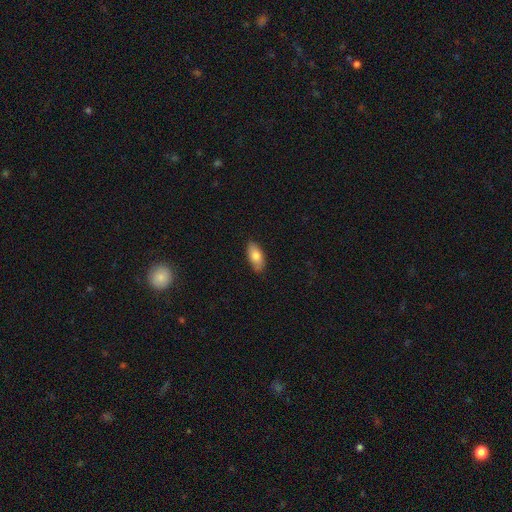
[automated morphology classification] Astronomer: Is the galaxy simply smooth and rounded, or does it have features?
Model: smooth — 81%.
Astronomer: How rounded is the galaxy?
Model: in between — 87%.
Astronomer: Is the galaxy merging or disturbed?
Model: none — 86%.